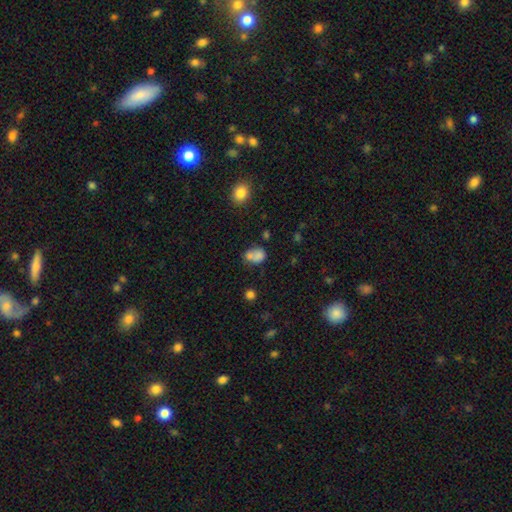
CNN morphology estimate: This is likely a smooth galaxy (73%). How rounded: possibly in between (52%). Merging: possibly merger (49%).